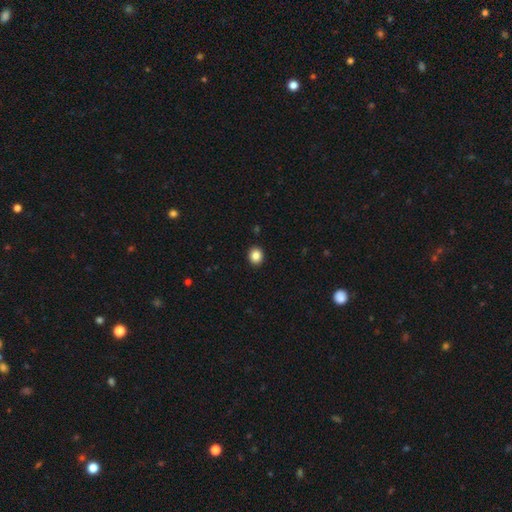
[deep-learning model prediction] smooth-or-featured: smooth: 86% | star or artifact: 10% | featured or disk: 4%
  how-rounded: round: 75% | in between: 25% | cigar-shaped: 1%
  merging: none: 92% | minor disturbance: 5% | major disturbance: 2% | merger: 1%